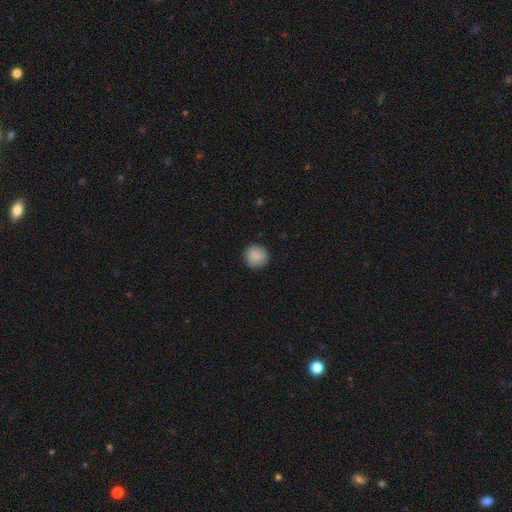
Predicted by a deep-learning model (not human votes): smooth_or_featured: smooth (p=0.89) [alt: star or artifact p=0.07]
how_rounded: round (p=0.94) [alt: in between p=0.05]
merging: none (p=0.92) [alt: minor disturbance p=0.06]